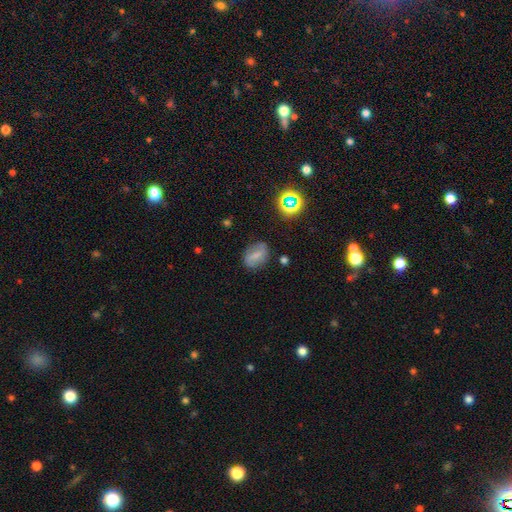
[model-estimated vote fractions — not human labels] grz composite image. It shows a smooth galaxy with no disk features (57%) that is in between round and cigar-shaped (72%). Merging: none (76%).